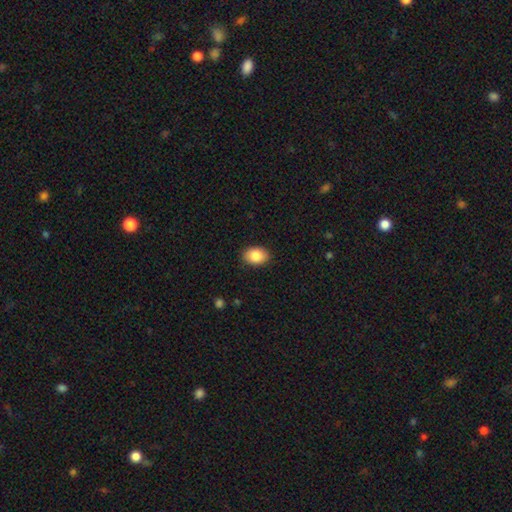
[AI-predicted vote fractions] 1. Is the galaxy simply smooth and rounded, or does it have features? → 86% smooth, 8% star or artifact, 7% featured or disk.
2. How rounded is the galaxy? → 78% in between, 21% round, 1% cigar-shaped.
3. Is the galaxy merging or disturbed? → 89% none, 8% minor disturbance, 2% major disturbance, 1% merger.